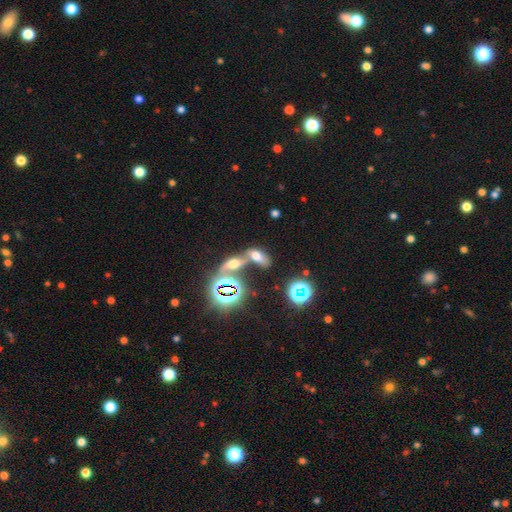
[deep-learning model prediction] The model was most divided on "smooth or featured": smooth: 52%, featured or disk: 24%, star or artifact: 24%. More confident: how rounded — in between (82%); merging — merger (60%).